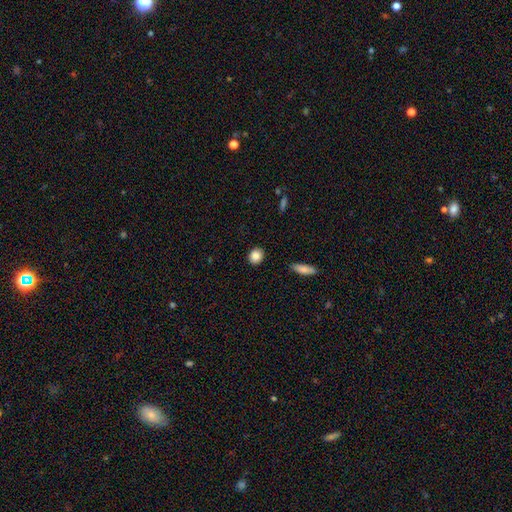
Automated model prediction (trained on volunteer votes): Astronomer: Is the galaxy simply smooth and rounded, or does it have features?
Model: smooth — 85%.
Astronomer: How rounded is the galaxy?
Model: round — 70%.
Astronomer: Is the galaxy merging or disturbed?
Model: none — 90%.